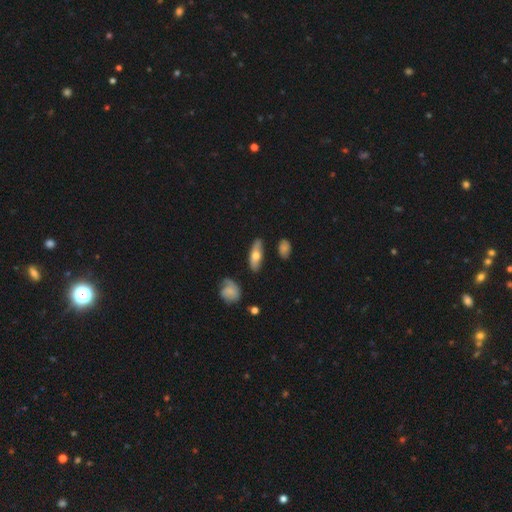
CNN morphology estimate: smooth-or-featured: smooth: 56% | featured or disk: 38% | star or artifact: 6%
  how-rounded: in between: 64% | cigar-shaped: 32% | round: 3%
  merging: none: 74% | minor disturbance: 18% | major disturbance: 5% | merger: 3%